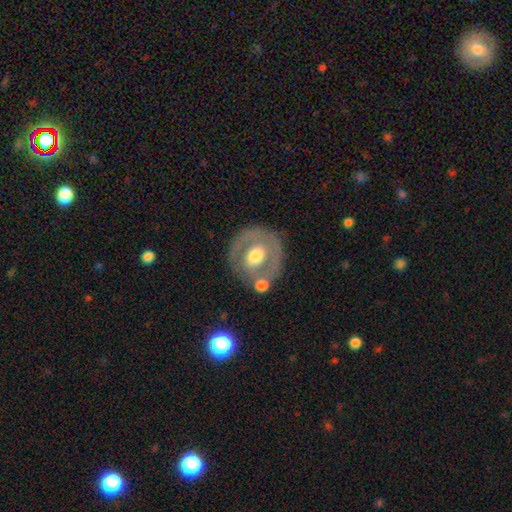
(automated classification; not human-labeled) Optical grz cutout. It shows a featured or disk galaxy (53%) with no bar (71%), no spiral arms (77%) and a moderate central bulge (61%). Merging: none (67%).